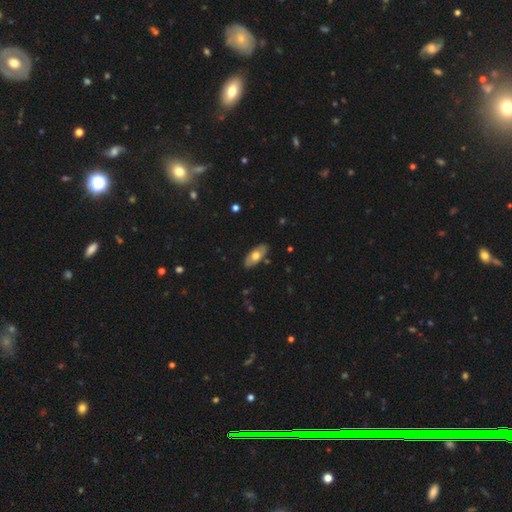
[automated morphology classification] Smooth or featured? smooth (60%)
How rounded? in between (89%)
Merging? none (86%)